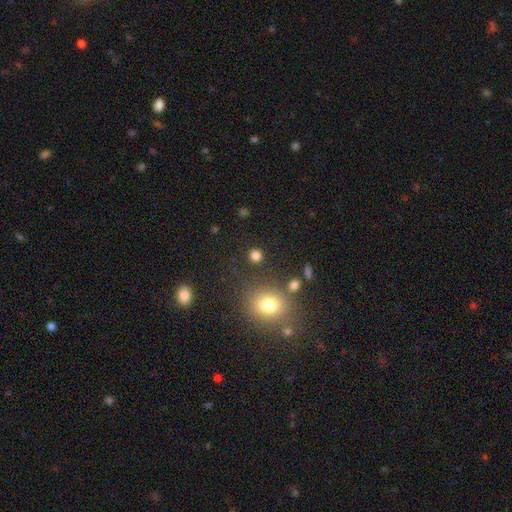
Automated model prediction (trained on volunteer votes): smooth_or_featured: smooth (p=0.80) [alt: star or artifact p=0.15]
how_rounded: round (p=0.88) [alt: in between p=0.11]
merging: none (p=0.85) [alt: minor disturbance p=0.07]